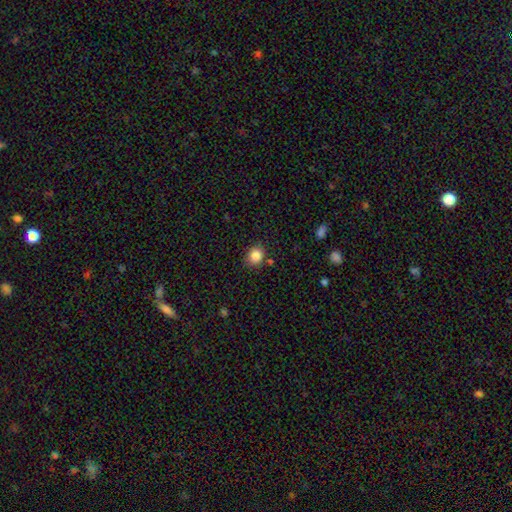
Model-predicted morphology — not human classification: type=smooth (85%); roundness=round (71%); merging=none (82%).